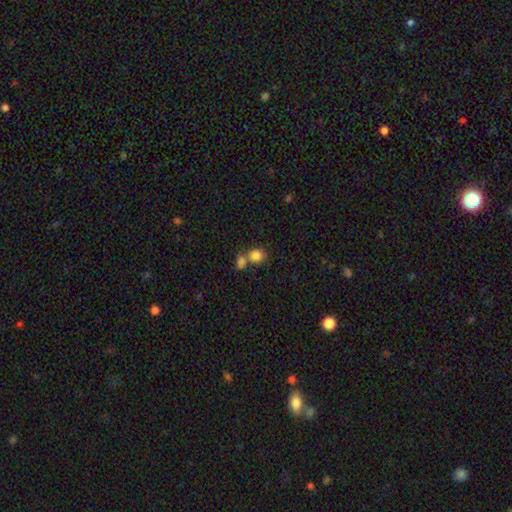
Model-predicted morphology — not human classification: smooth_or_featured: smooth (p=0.83) [alt: star or artifact p=0.10]
how_rounded: round (p=0.64) [alt: in between p=0.35]
merging: merger (p=0.48) [alt: none p=0.41]